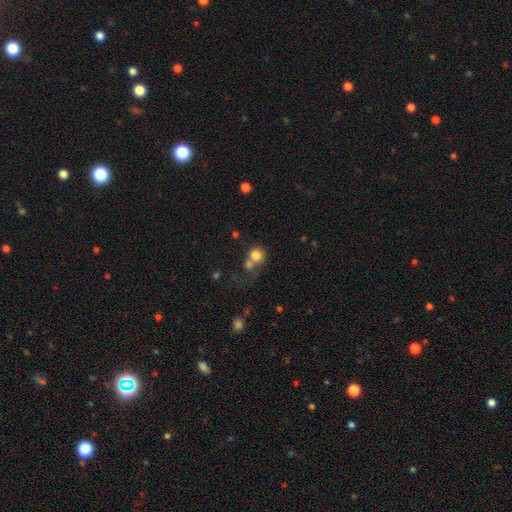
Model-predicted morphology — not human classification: Smooth or featured? smooth (79%)
How rounded? round (83%)
Merging? merger (46%)